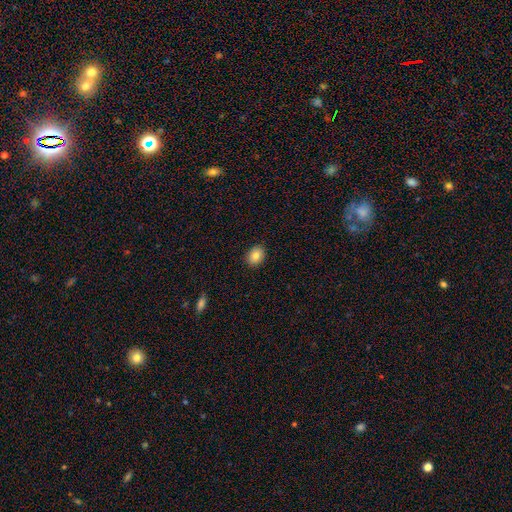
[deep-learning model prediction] smooth 83%, featured or disk 9%, star or artifact 9%. Down the decision tree: how rounded — in between (54%); merging — none (90%).